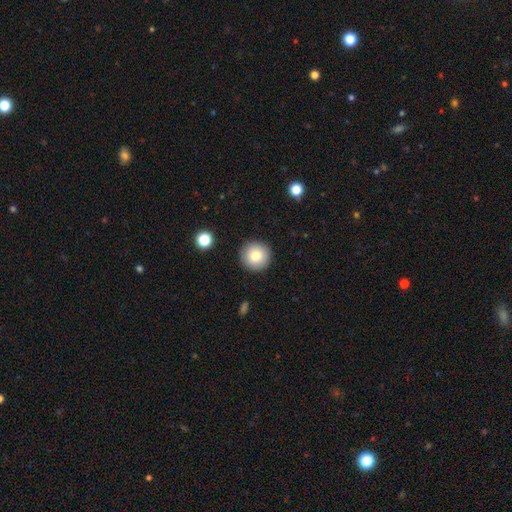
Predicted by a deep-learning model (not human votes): This appears to be a smooth galaxy with no disk features (79%) that is round (96%). Merging: none (91%).